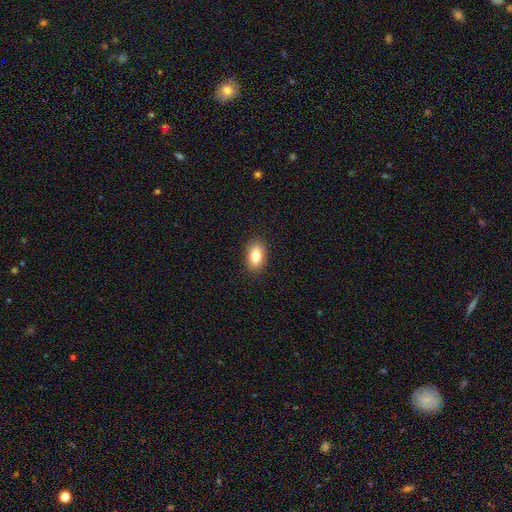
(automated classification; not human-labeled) smooth 82%, featured or disk 10%, star or artifact 8%. Down the decision tree: how rounded — in between (88%); merging — none (89%).